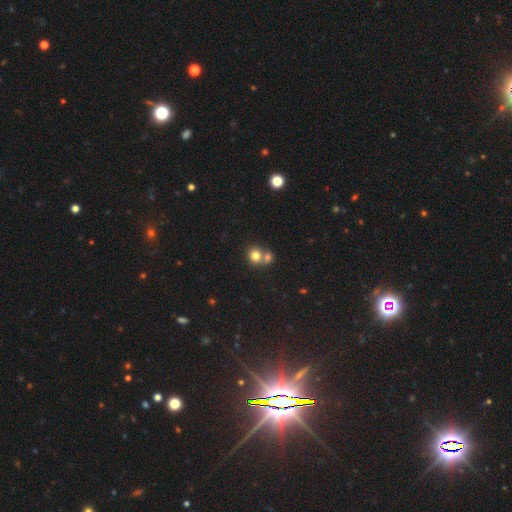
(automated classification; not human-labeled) Smooth or featured? smooth (78%)
How rounded? round (81%)
Merging? merger (50%)